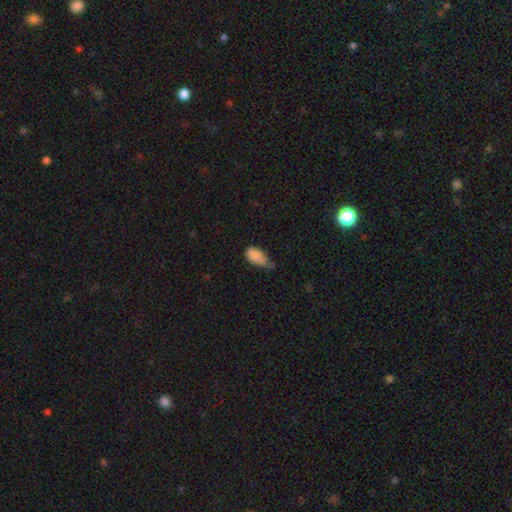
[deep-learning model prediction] Smooth or featured? Predicted: smooth (p=0.84). How rounded? Predicted: in between (p=0.93). Merging? Predicted: minor disturbance (p=0.50).